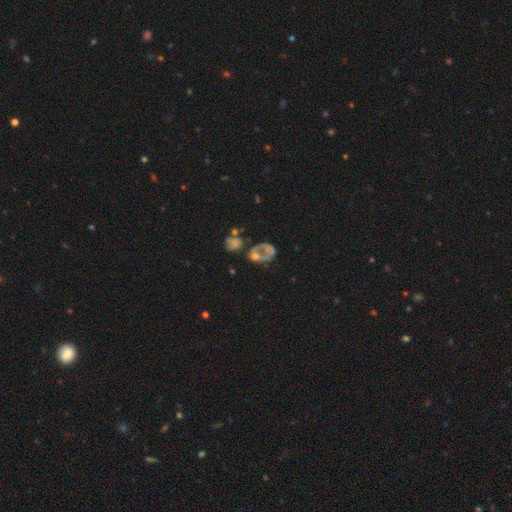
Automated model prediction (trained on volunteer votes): Q: Smooth or featured?
A: featured or disk (46%); runner-up: smooth (37%)
Q: Merging?
A: none (36%); runner-up: merger (24%)